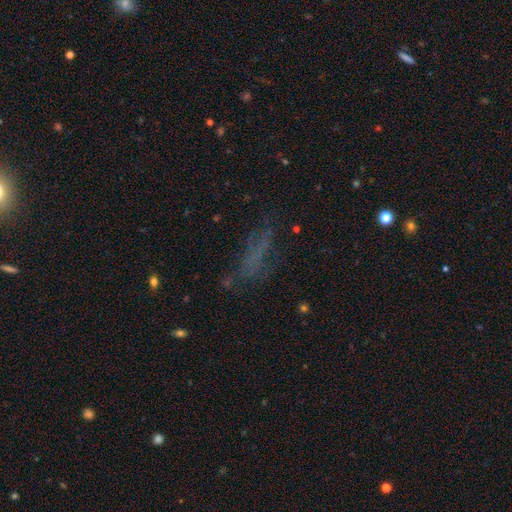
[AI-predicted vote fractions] Smooth or featured? Predicted: smooth (p=0.47). Merging? Predicted: none (p=0.57).